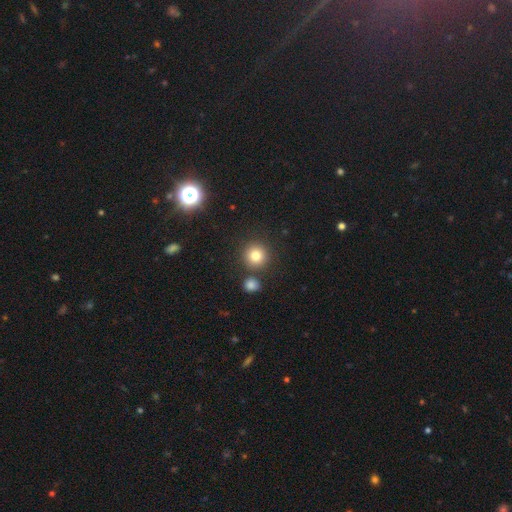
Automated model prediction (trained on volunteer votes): A smooth galaxy with no disk features (81%) that is round (93%).

Vote fractions:
- Smooth or featured? smooth: 81% / star or artifact: 13% / featured or disk: 7%
- How rounded? round: 93% / in between: 6% / cigar-shaped: 1%
- Merging? none: 82% / merger: 8% / minor disturbance: 7% / major disturbance: 3%